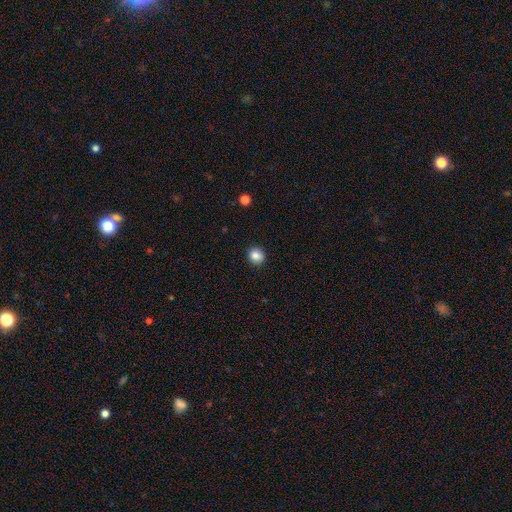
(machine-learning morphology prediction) Smooth or featured? Predicted: smooth (p=0.86). How rounded? Predicted: round (p=0.86). Merging? Predicted: none (p=0.91).